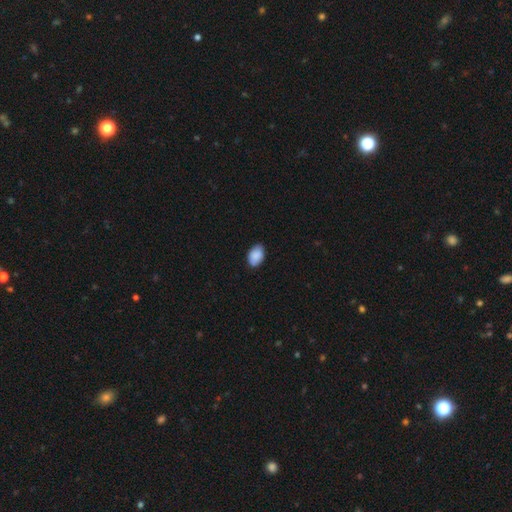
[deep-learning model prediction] Smooth or featured?
  - smooth: 88% *
  - star or artifact: 7%
  - featured or disk: 5%
How rounded?
  - in between: 88% *
  - round: 10%
  - cigar-shaped: 1%
Merging?
  - none: 83% *
  - minor disturbance: 13%
  - major disturbance: 2%
  - merger: 1%